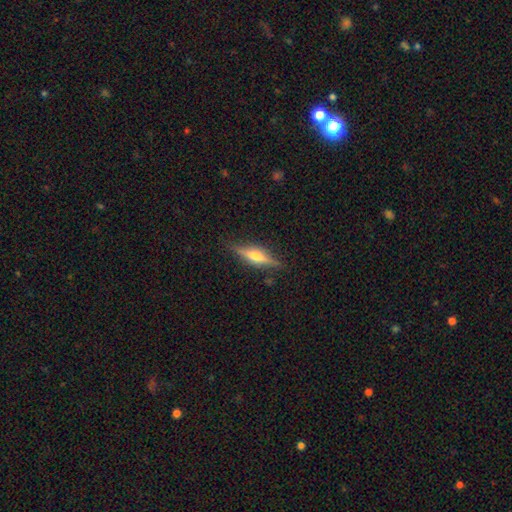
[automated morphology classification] Smooth or featured: featured or disk — 65% (smooth — 28%)
Edge-on disk: yes — 95% (no — 5%)
Edge-on bulge: rounded — 87% (boxy — 8%)
Merging: none — 85% (minor disturbance — 11%)